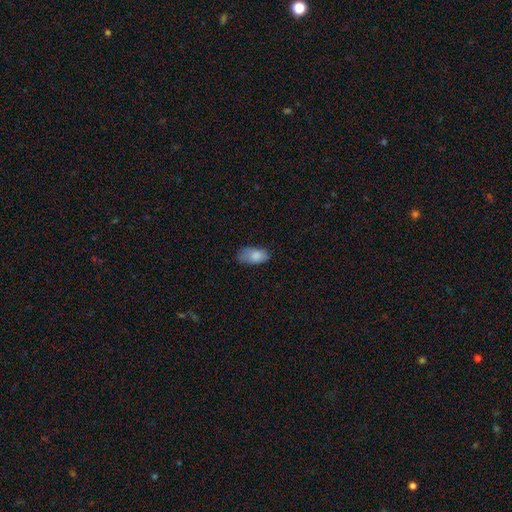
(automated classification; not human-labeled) Smooth or featured?
  - smooth: 83% *
  - featured or disk: 10%
  - star or artifact: 7%
How rounded?
  - in between: 93% *
  - round: 4%
  - cigar-shaped: 3%
Merging?
  - none: 57% *
  - minor disturbance: 32%
  - major disturbance: 9%
  - merger: 2%